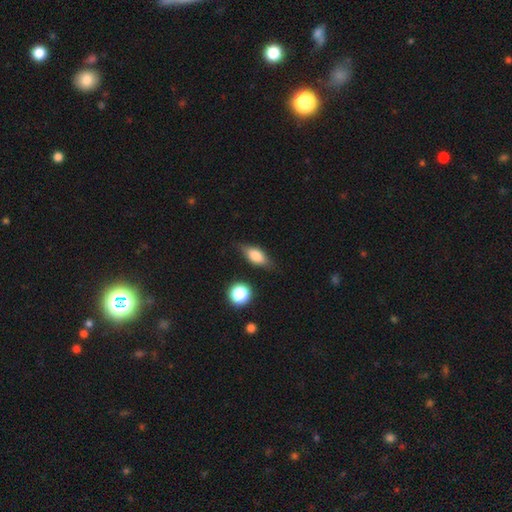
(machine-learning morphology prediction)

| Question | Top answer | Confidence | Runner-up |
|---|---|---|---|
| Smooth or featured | smooth | 70% | featured or disk (21%) |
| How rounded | in between | 77% | cigar-shaped (16%) |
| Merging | none | 77% | minor disturbance (17%) |